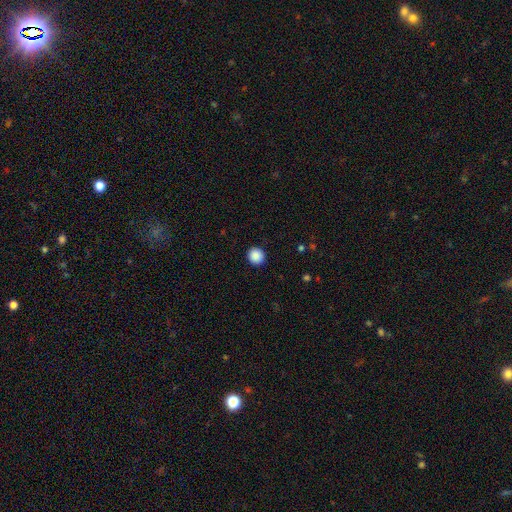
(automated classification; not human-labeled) Smooth or featured? smooth (89%)
How rounded? round (94%)
Merging? none (93%)